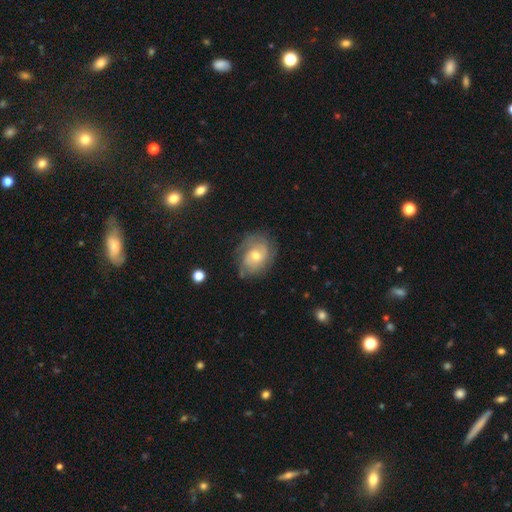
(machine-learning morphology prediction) smooth_or_featured: featured or disk (p=0.69) [alt: smooth p=0.24]
disk_edge_on: no (p=0.96) [alt: yes p=0.04]
bar: no (p=0.71) [alt: weak p=0.25]
has_spiral_arms: yes (p=0.85) [alt: no p=0.15]
spiral_winding: tight (p=0.53) [alt: medium p=0.34]
spiral_arm_count: 2 (p=0.39) [alt: can't tell p=0.35]
bulge_size: moderate (p=0.63) [alt: small p=0.32]
merging: none (p=0.66) [alt: minor disturbance p=0.23]